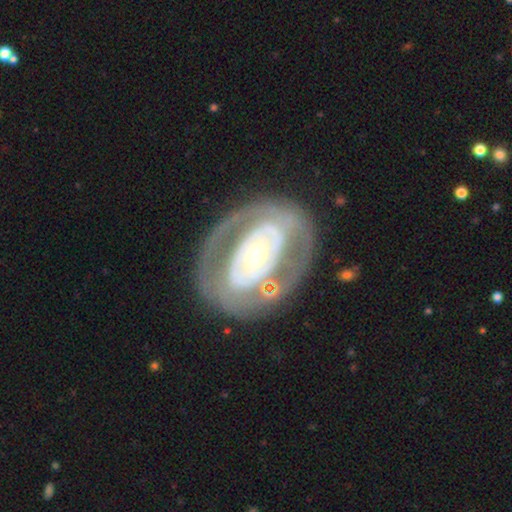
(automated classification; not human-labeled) A featured or disk galaxy (77%) with no bar (47%), no spiral arms (52%) and a small central bulge (48%). Merging: none (69%).